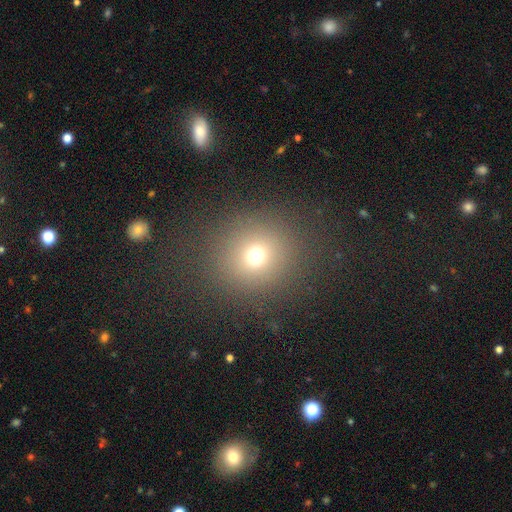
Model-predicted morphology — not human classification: Overall: smooth (69%). How rounded: round (88%). Merging: none (85%).